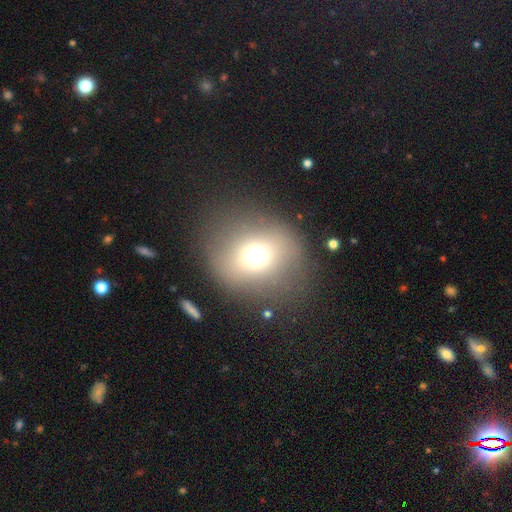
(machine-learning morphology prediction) Smooth or featured? Predicted: smooth (p=0.68). How rounded? Predicted: round (p=0.73). Merging? Predicted: none (p=0.77).